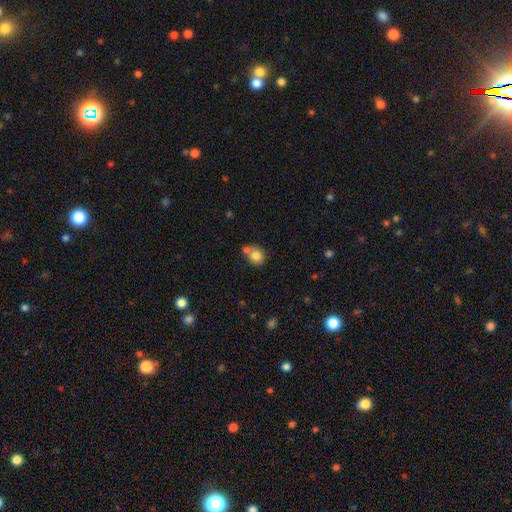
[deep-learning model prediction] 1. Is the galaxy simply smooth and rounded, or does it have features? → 80% smooth, 10% featured or disk, 10% star or artifact.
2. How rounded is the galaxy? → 78% round, 21% in between, 1% cigar-shaped.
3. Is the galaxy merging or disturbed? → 51% none, 34% merger, 12% minor disturbance, 4% major disturbance.